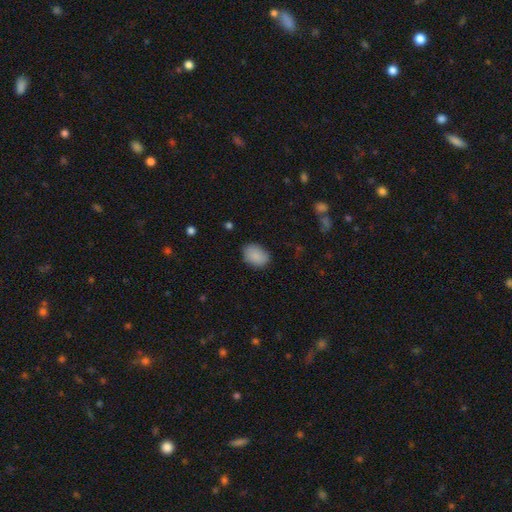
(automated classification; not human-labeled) smooth_or_featured: smooth (p=0.88) [alt: star or artifact p=0.07]
how_rounded: in between (p=0.76) [alt: round p=0.23]
merging: none (p=0.83) [alt: minor disturbance p=0.13]